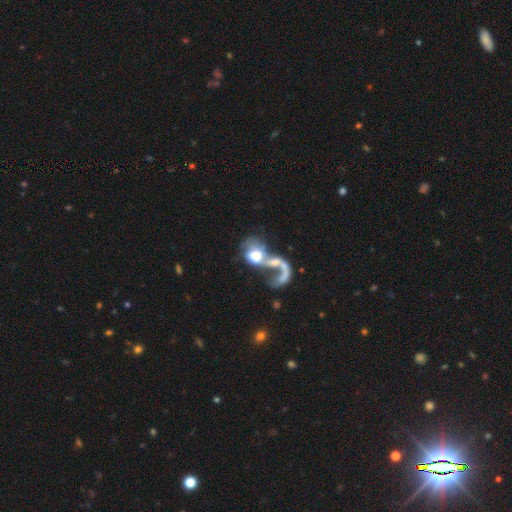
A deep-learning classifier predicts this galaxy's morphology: This is possibly a featured or disk galaxy (58%). It is clearly not viewed edge-on (96%). Bar: likely no (73%). Spiral arm pattern: possibly no (51%). Central bulge: marginally large (36%, tied with moderate). Merging: possibly merger (58%).